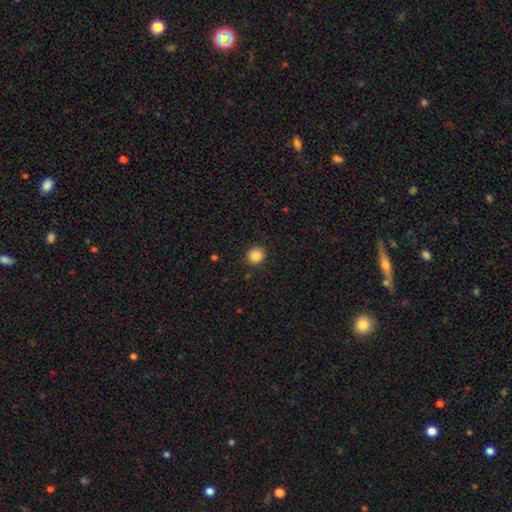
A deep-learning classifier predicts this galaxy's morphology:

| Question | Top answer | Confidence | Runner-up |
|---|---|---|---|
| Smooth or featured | smooth | 86% | star or artifact (10%) |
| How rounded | round | 87% | in between (12%) |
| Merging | none | 91% | minor disturbance (6%) |